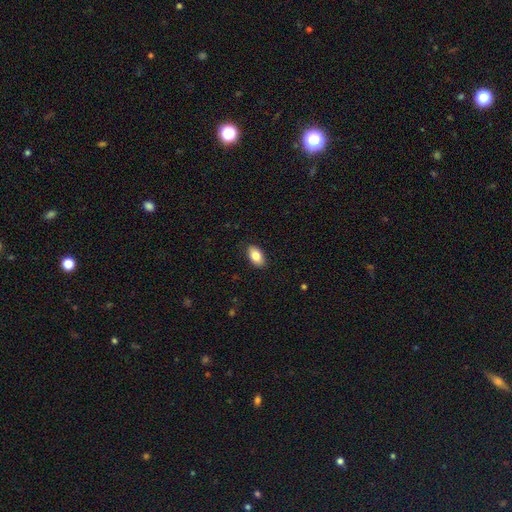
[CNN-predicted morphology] Smooth or featured? smooth (82%)
How rounded? in between (93%)
Merging? none (88%)